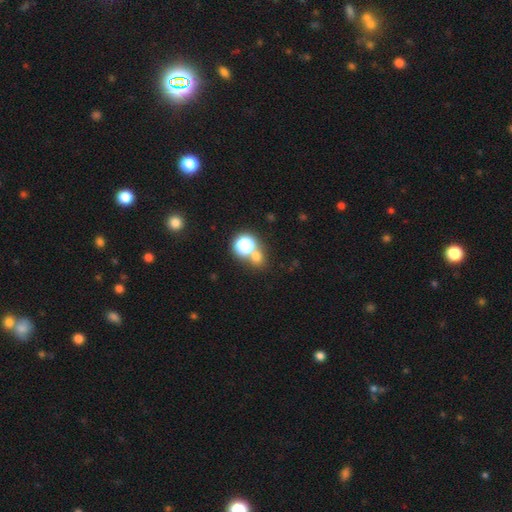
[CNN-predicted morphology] A smooth galaxy with no disk features (62%) that is round (81%).

Vote fractions:
- Smooth or featured? smooth: 62% / star or artifact: 30% / featured or disk: 8%
- How rounded? round: 81% / in between: 17% / cigar-shaped: 1%
- Merging? none: 60% / merger: 28% / minor disturbance: 8% / major disturbance: 4%